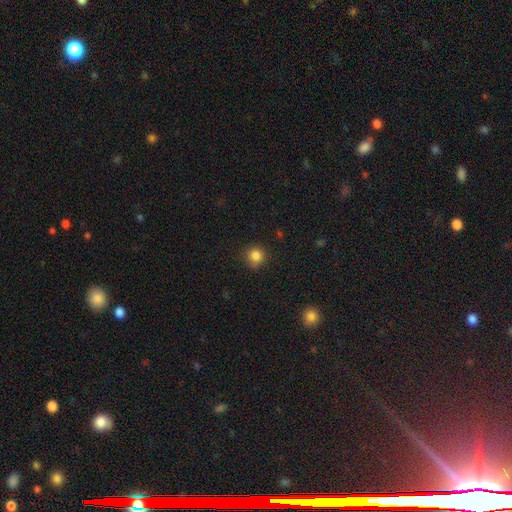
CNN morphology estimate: A smooth galaxy with no disk features (84%) that is round (91%).

Vote fractions:
- Smooth or featured? smooth: 84% / star or artifact: 12% / featured or disk: 5%
- How rounded? round: 91% / in between: 8% / cigar-shaped: 1%
- Merging? none: 83% / minor disturbance: 13% / major disturbance: 3% / merger: 1%